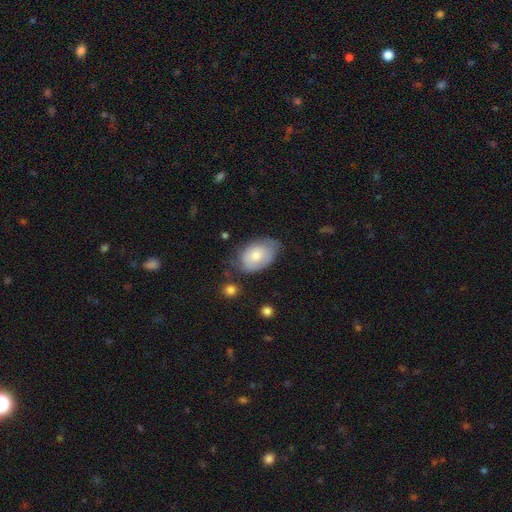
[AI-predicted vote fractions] Morphology: type=smooth (68%); roundness=in between (87%); merging=none (54%).